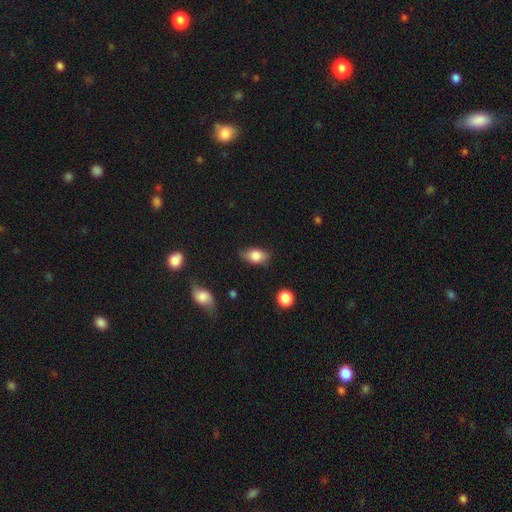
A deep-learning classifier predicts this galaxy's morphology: type=smooth (79%); roundness=in between (87%); merging=none (74%).